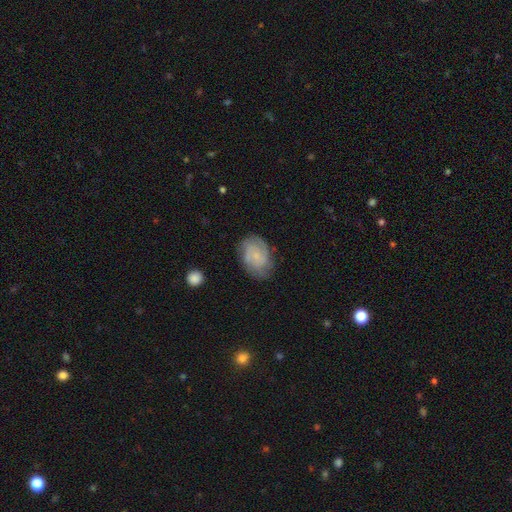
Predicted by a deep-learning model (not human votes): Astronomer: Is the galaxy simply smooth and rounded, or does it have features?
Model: featured or disk — 64%.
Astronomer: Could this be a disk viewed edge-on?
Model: no — 97%.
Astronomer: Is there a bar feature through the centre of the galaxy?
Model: no — 70%.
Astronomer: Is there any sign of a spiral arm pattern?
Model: yes — 91%.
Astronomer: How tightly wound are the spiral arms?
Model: tight — 53% (runner-up: medium, 37%).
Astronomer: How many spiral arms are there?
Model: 2 — 35% (runner-up: can't tell, 31%).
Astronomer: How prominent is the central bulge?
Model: small — 66%.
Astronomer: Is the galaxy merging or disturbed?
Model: none — 74%.